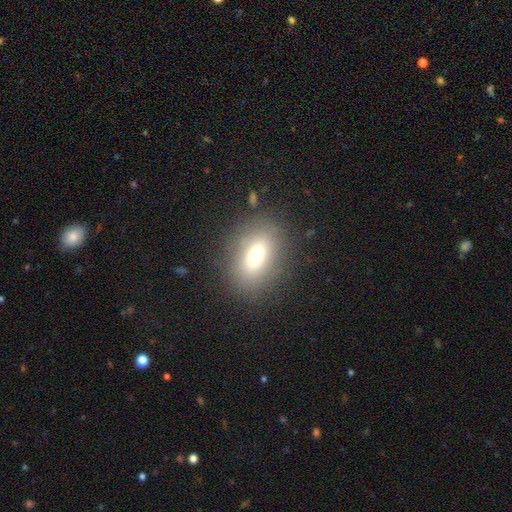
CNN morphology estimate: smooth-or-featured: smooth: 69% | featured or disk: 17% | star or artifact: 14%
  how-rounded: in between: 67% | round: 31% | cigar-shaped: 2%
  merging: none: 82% | minor disturbance: 10% | major disturbance: 6% | merger: 2%